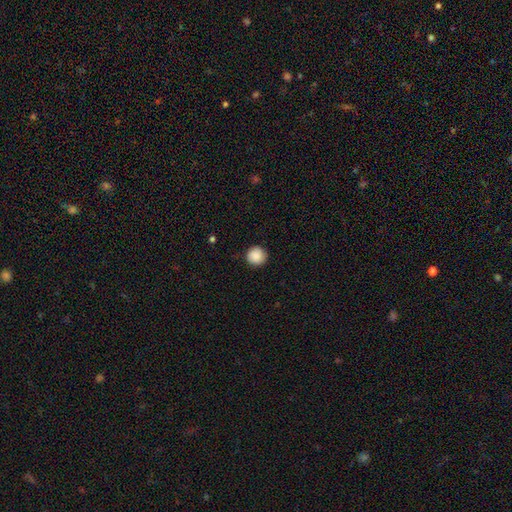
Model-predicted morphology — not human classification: A smooth galaxy with no disk features (89%) that is round (95%). Merging: none (90%).